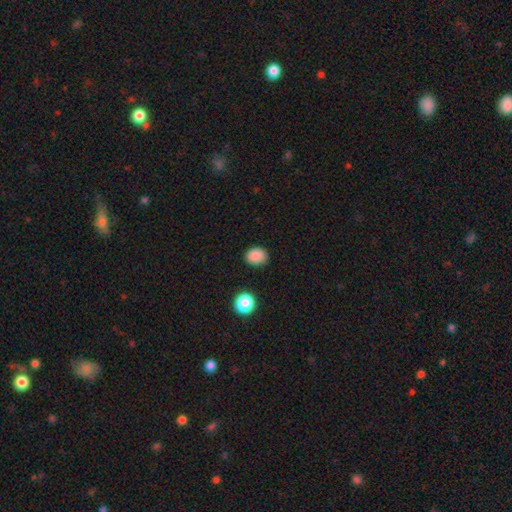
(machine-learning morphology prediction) This is clearly a smooth galaxy (86%). How rounded: possibly round (53%). Merging: clearly none (85%).